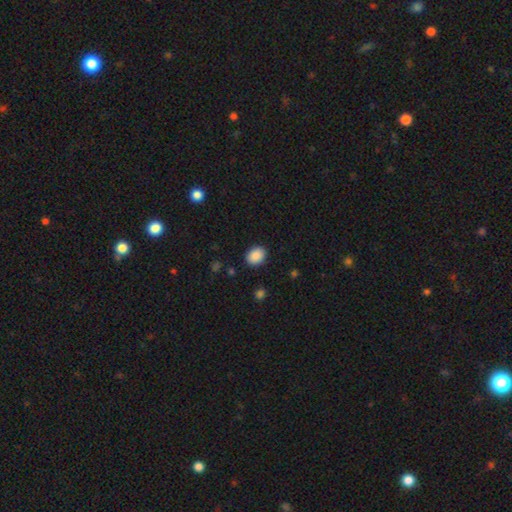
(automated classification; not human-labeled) Smooth or featured: smooth — 89% (star or artifact — 8%)
How rounded: in between — 59% (round — 40%)
Merging: none — 89% (minor disturbance — 8%)